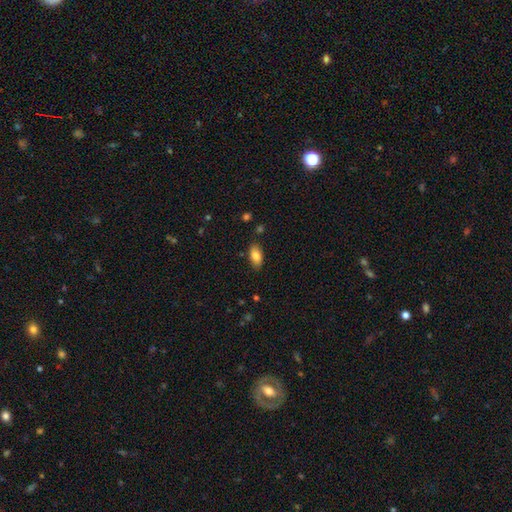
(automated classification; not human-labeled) smooth 84%, featured or disk 9%, star or artifact 7%. Down the decision tree: how rounded — in between (91%); merging — none (83%).